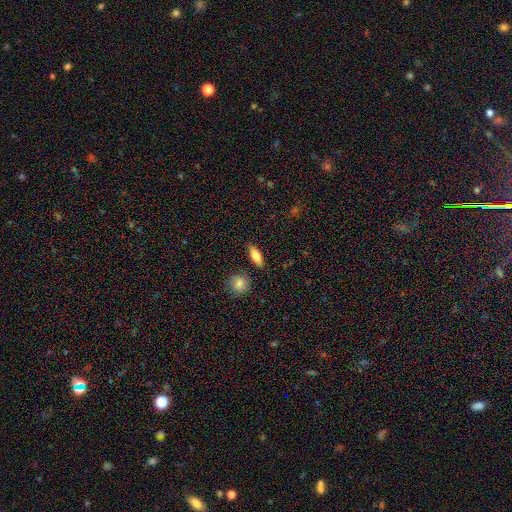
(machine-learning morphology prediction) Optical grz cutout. It shows a smooth galaxy with no disk features (76%) that is in between round and cigar-shaped (72%). Merging: none (85%).